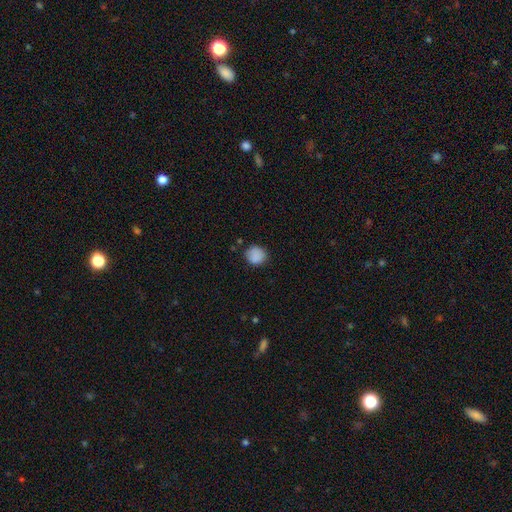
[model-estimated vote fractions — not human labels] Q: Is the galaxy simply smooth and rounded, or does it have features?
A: smooth — 86%.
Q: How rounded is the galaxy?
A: round — 85%.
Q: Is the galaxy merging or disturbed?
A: none — 78%.